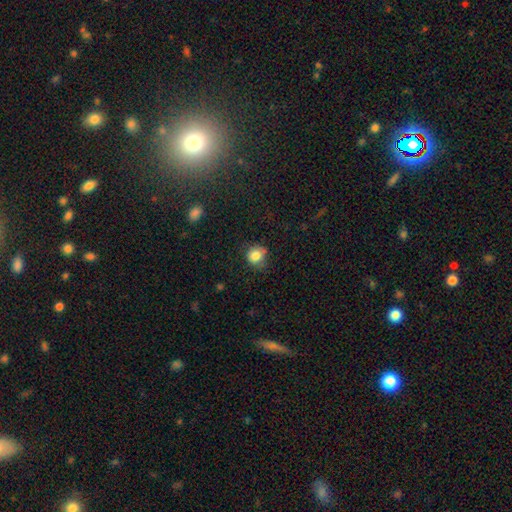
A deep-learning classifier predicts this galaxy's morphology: smooth-or-featured: smooth: 83% | star or artifact: 10% | featured or disk: 7%
  how-rounded: round: 83% | in between: 16% | cigar-shaped: 1%
  merging: none: 64% | minor disturbance: 25% | major disturbance: 7% | merger: 4%